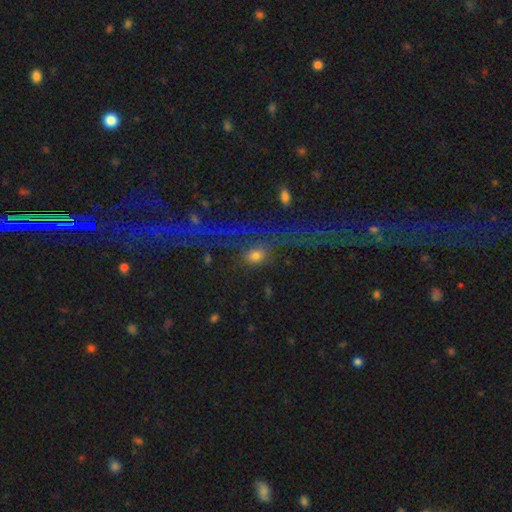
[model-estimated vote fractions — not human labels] A smooth galaxy with no disk features (56%) that is round (53%). Merging: none (60%).